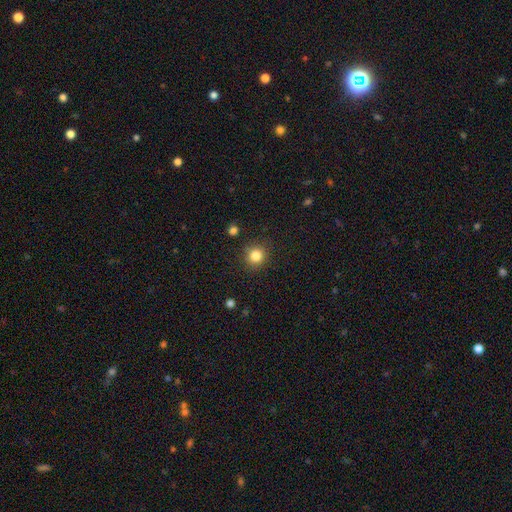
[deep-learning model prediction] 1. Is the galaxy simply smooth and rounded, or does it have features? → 83% smooth, 12% star or artifact, 5% featured or disk.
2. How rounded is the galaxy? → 90% round, 9% in between, 1% cigar-shaped.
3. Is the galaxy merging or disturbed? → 87% none, 8% minor disturbance, 3% major disturbance, 2% merger.